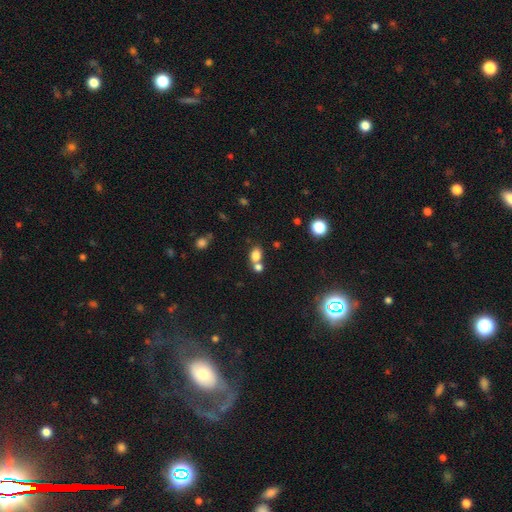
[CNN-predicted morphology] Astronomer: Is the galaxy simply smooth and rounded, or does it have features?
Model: smooth — 79%.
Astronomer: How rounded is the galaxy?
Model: in between — 66%.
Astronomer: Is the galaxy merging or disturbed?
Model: none — 44% (runner-up: merger, 43%).